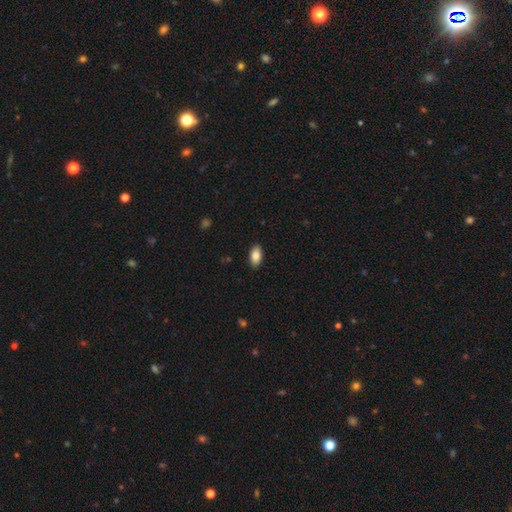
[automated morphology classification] Q: Smooth or featured?
A: smooth (85%); runner-up: featured or disk (8%)
Q: How rounded?
A: in between (93%); runner-up: round (4%)
Q: Merging?
A: none (89%); runner-up: minor disturbance (8%)